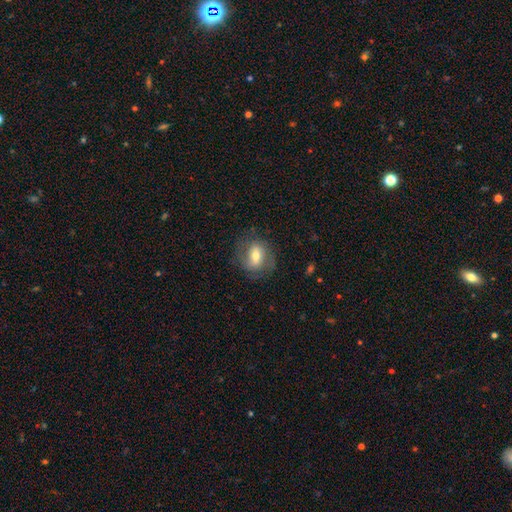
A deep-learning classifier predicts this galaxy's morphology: Smooth or featured? Predicted: smooth (p=0.51). How rounded? Predicted: in between (p=0.55). Merging? Predicted: none (p=0.72).